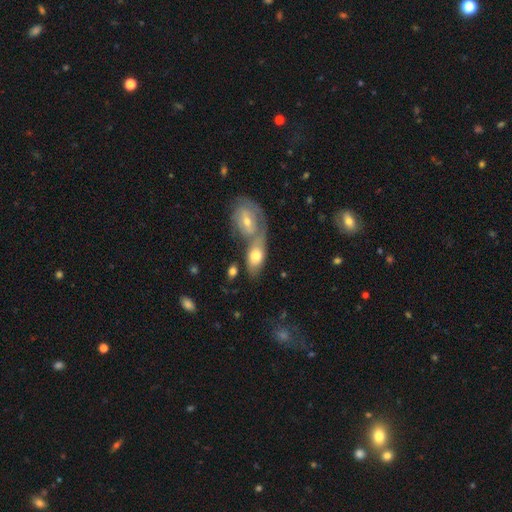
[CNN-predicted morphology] Smooth or featured? Predicted: smooth (p=0.63). How rounded? Predicted: in between (p=0.86). Merging? Predicted: merger (p=0.60).